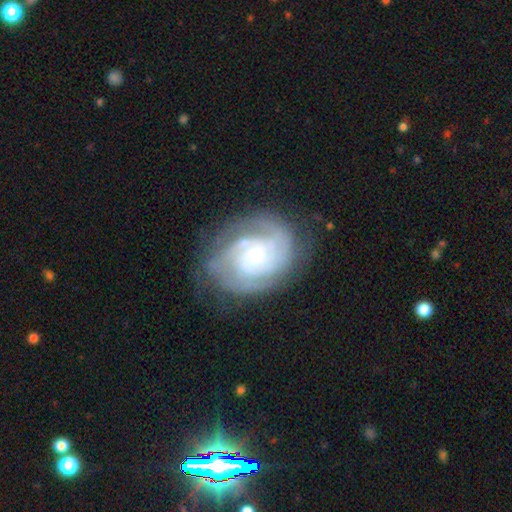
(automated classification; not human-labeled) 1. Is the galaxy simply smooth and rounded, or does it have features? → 85% featured or disk, 9% smooth, 6% star or artifact.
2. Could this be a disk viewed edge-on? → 98% no, 2% yes.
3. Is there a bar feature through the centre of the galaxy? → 71% no, 24% weak, 5% strong.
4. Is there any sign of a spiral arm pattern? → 96% yes, 4% no.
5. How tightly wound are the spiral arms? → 68% tight, 27% medium, 5% loose.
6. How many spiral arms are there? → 28% 2, 27% 3, 25% can't tell, 9% 4, 5% 1, 5% more than 4.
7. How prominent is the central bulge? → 68% small, 25% moderate, 3% large, 3% none, 1% dominant.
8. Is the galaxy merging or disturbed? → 70% none, 19% minor disturbance, 9% major disturbance, 2% merger.